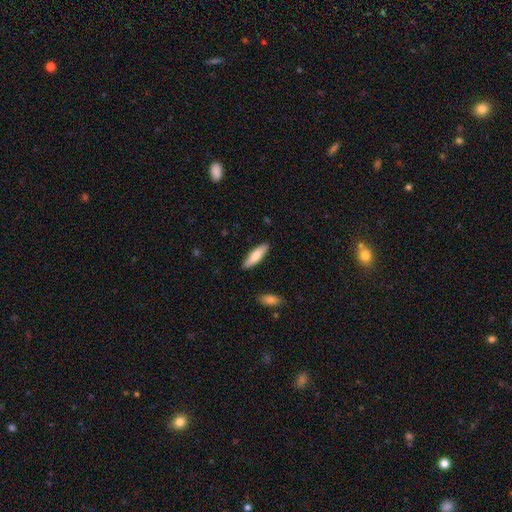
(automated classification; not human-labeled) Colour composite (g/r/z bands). It shows a smooth galaxy with no disk features (77%) that is cigar-shaped (60%). Merging: none (88%).